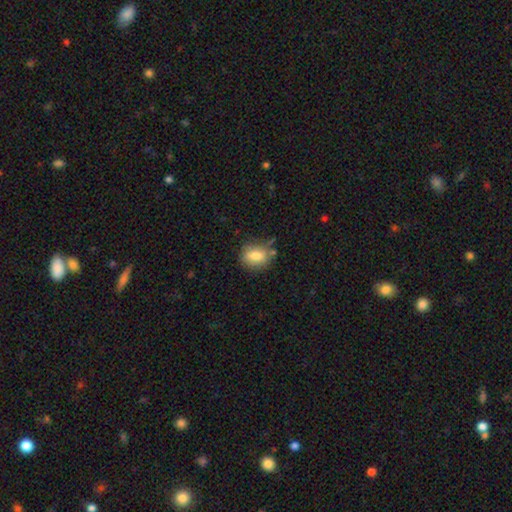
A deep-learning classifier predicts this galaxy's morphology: A smooth galaxy with no disk features (81%) that is in between round and cigar-shaped (57%).

Vote fractions:
- Smooth or featured? smooth: 81% / featured or disk: 11% / star or artifact: 9%
- How rounded? in between: 57% / round: 41% / cigar-shaped: 2%
- Merging? none: 72% / minor disturbance: 18% / merger: 5% / major disturbance: 4%